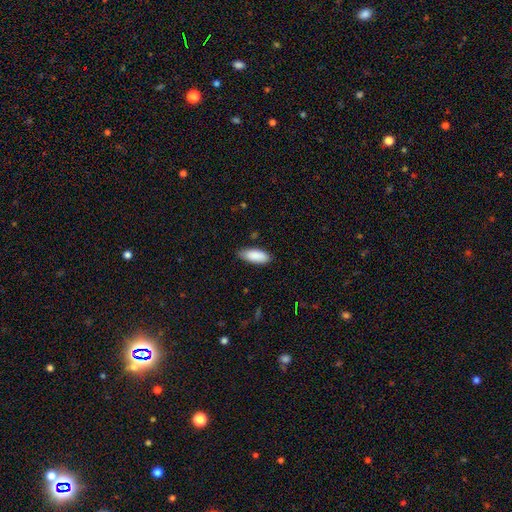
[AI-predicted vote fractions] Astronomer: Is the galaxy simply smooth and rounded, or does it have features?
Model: smooth — 89%.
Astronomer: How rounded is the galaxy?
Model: in between — 82%.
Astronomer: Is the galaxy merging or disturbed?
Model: none — 78%.